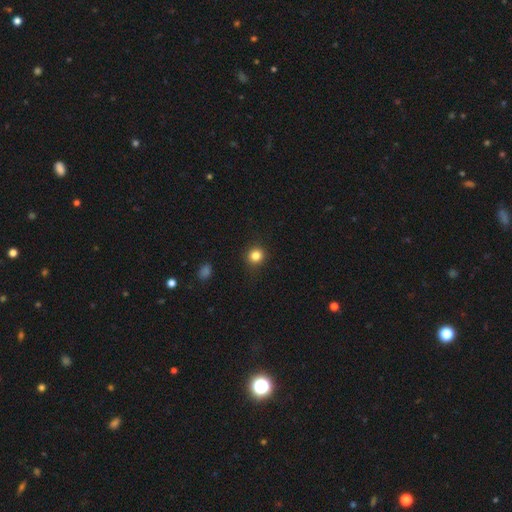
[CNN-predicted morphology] Smooth or featured? Predicted: smooth (p=0.84). How rounded? Predicted: round (p=0.91). Merging? Predicted: none (p=0.89).